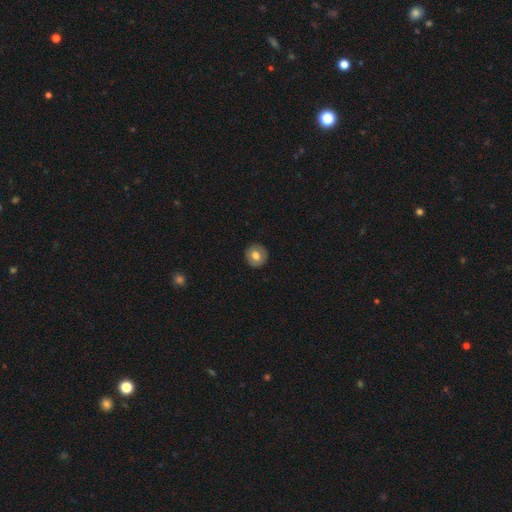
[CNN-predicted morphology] Overall: smooth (73%). How rounded: round (93%). Merging: none (91%).